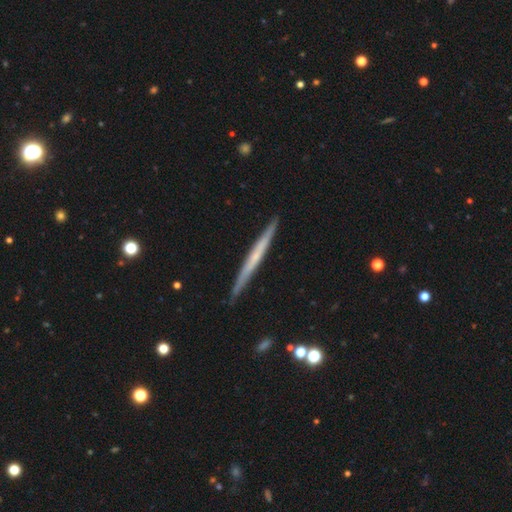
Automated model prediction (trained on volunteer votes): Smooth or featured?
  - featured or disk: 57% *
  - smooth: 37%
  - star or artifact: 6%
Edge-on disk?
  - yes: 97% *
  - no: 3%
Edge-on bulge?
  - none: 77% *
  - rounded: 18%
  - boxy: 4%
Merging?
  - none: 90% *
  - minor disturbance: 7%
  - merger: 1%
  - major disturbance: 1%